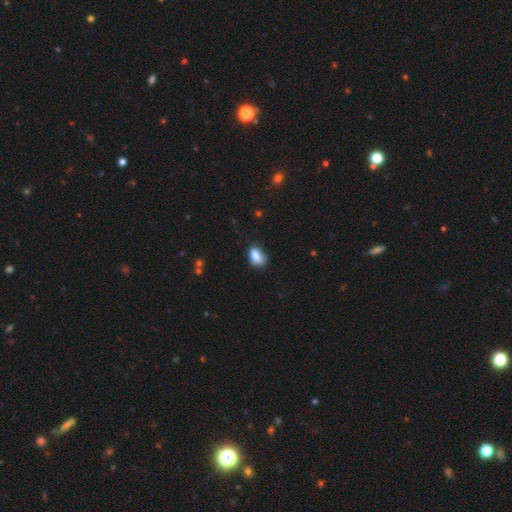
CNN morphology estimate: Smooth or featured? smooth (83%)
How rounded? in between (85%)
Merging? none (56%)